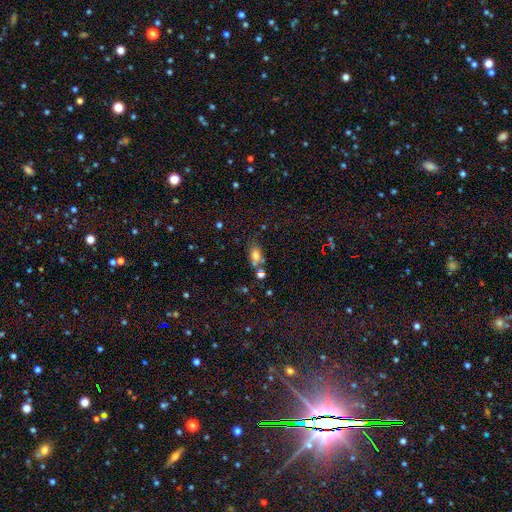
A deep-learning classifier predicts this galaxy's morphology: Overall: smooth (73%). How rounded: in between (74%). Merging: none (50%; merger 26%).